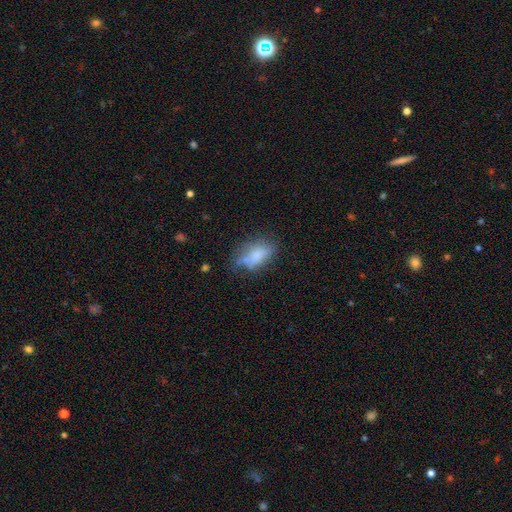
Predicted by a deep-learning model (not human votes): The model was most divided on "merging": none: 47%, minor disturbance: 29%, major disturbance: 15%, merger: 9%. More confident: how rounded — in between (87%); smooth or featured — smooth (71%).